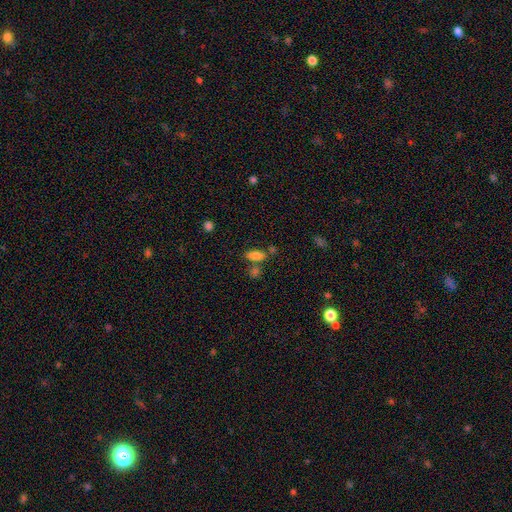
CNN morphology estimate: smooth-or-featured: smooth: 80% | star or artifact: 10% | featured or disk: 10%
  how-rounded: in between: 82% | cigar-shaped: 14% | round: 4%
  merging: none: 62% | merger: 19% | minor disturbance: 14% | major disturbance: 5%